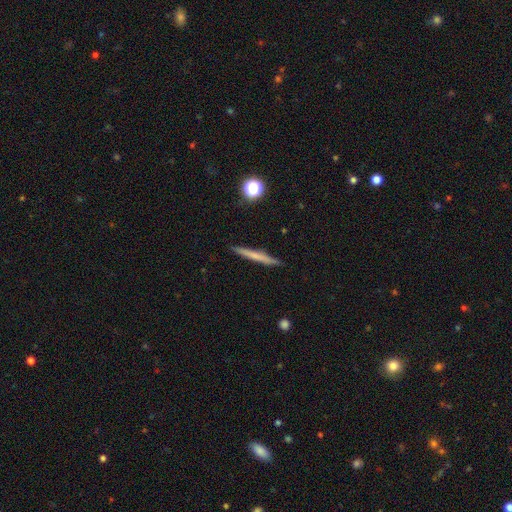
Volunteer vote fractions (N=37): Smooth or featured? smooth (51%)
How rounded? cigar-shaped (100%)
Merging? none (76%)